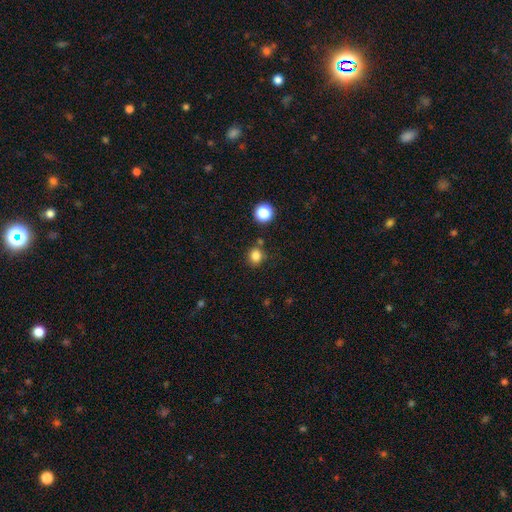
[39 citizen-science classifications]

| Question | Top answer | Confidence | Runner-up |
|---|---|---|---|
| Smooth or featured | smooth | 85% | featured or disk (8%) |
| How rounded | round | 88% | in between (12%) |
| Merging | none | 81% | minor disturbance (14%) |